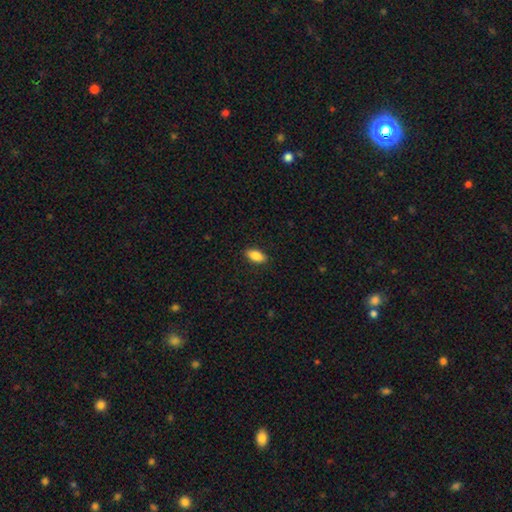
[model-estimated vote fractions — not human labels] A smooth galaxy with no disk features (88%) that is in between round and cigar-shaped (90%). Merging: none (89%).